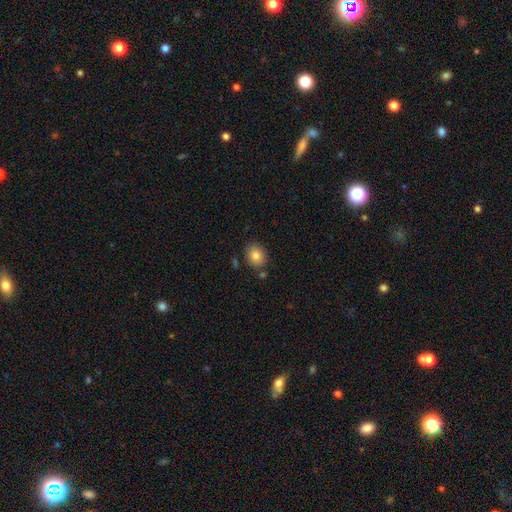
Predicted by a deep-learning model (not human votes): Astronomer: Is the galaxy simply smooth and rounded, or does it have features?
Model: smooth — 83%.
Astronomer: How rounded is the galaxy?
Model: round — 52% (runner-up: in between, 48%).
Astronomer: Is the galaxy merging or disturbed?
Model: none — 81%.